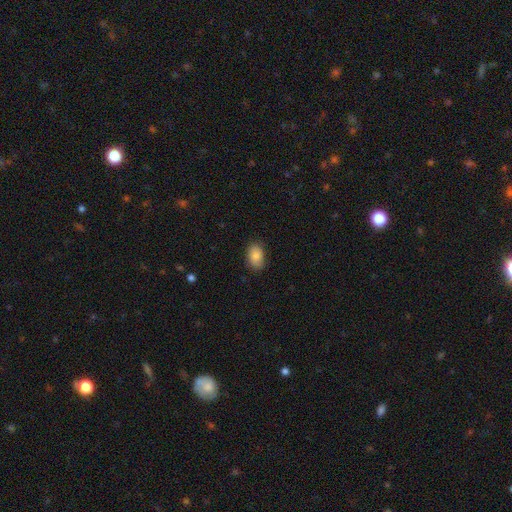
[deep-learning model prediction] Q: Smooth or featured?
A: smooth (83%); runner-up: featured or disk (10%)
Q: How rounded?
A: in between (85%); runner-up: round (14%)
Q: Merging?
A: none (80%); runner-up: minor disturbance (16%)